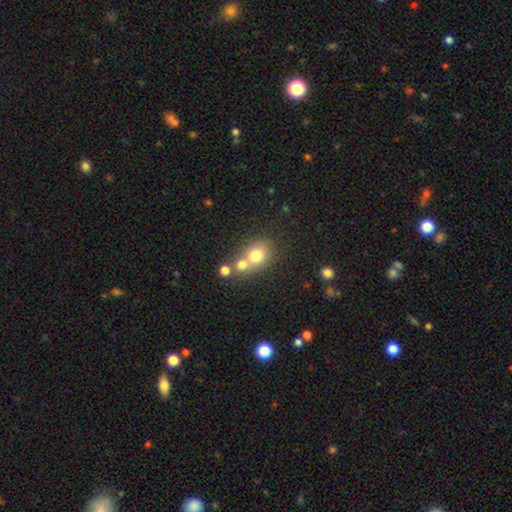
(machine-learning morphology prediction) This is likely a smooth galaxy (72%). How rounded: likely round (65%). Merging: possibly merger (49%).